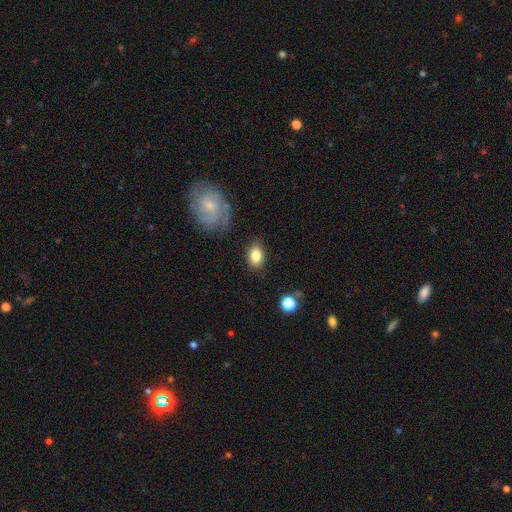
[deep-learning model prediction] smooth_or_featured: smooth (p=0.83) [alt: featured or disk p=0.09]
how_rounded: in between (p=0.81) [alt: round p=0.18]
merging: none (p=0.82) [alt: minor disturbance p=0.12]